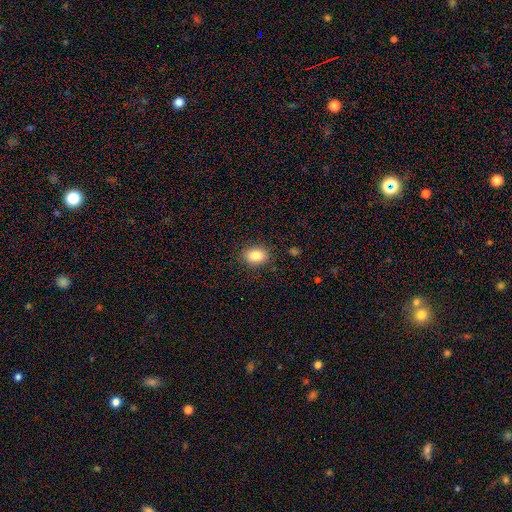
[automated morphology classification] Smooth or featured: smooth — 87% (star or artifact — 8%)
How rounded: in between — 78% (round — 20%)
Merging: none — 86% (minor disturbance — 10%)